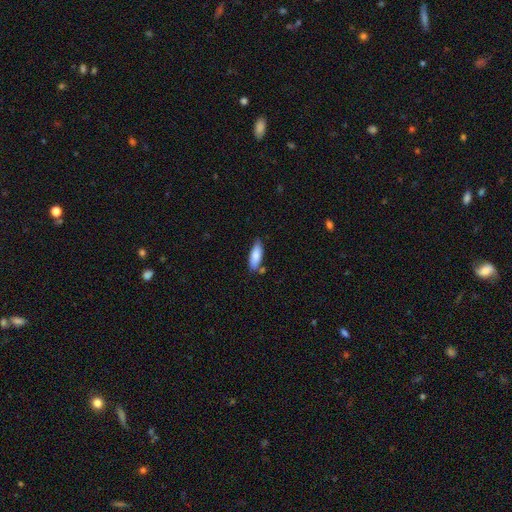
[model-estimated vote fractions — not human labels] smooth_or_featured: smooth (p=0.81) [alt: featured or disk p=0.13]
how_rounded: in between (p=0.64) [alt: cigar-shaped p=0.34]
merging: none (p=0.74) [alt: minor disturbance p=0.16]